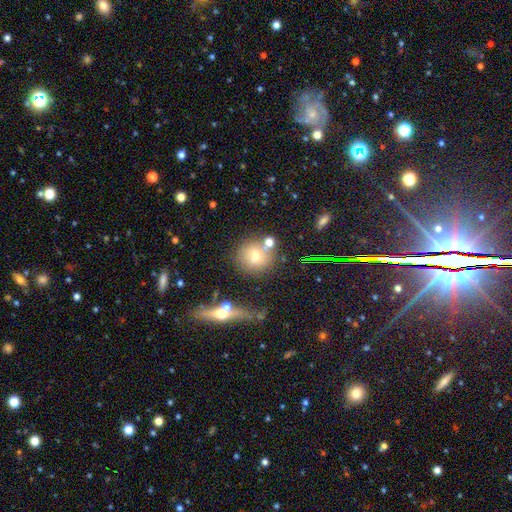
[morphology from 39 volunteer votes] Q: Smooth or featured?
A: smooth (74%); runner-up: featured or disk (18%)
Q: How rounded?
A: round (90%); runner-up: in between (7%)
Q: Merging?
A: none (86%); runner-up: merger (11%)